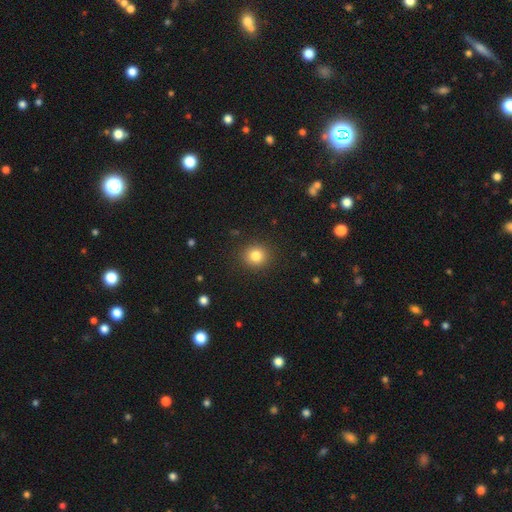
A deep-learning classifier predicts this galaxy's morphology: Overall: smooth (83%). How rounded: round (89%). Merging: none (91%).